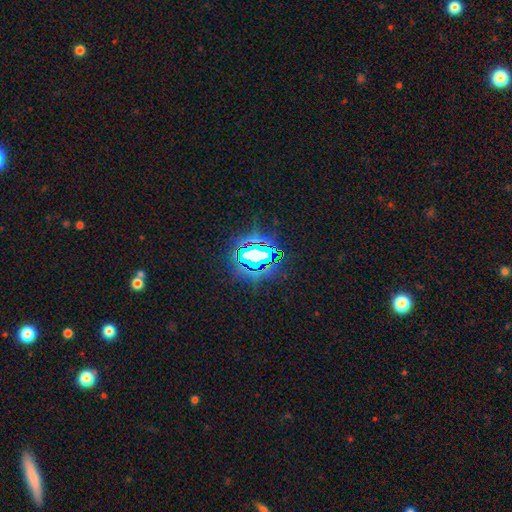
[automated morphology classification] Smooth or featured?
  - star or artifact: 72% *
  - smooth: 15%
  - featured or disk: 12%